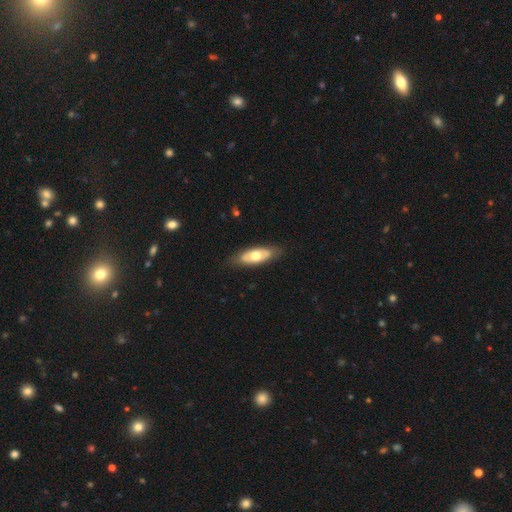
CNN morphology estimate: Smooth or featured?
  - smooth: 52% *
  - featured or disk: 43%
  - star or artifact: 5%
How rounded?
  - in between: 76% *
  - cigar-shaped: 22%
  - round: 3%
Merging?
  - none: 82% *
  - minor disturbance: 14%
  - major disturbance: 3%
  - merger: 1%